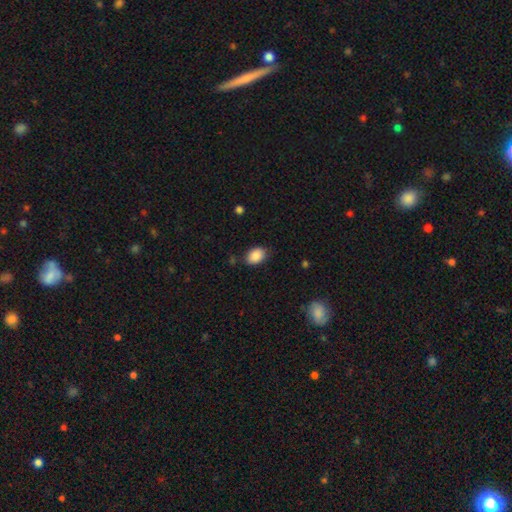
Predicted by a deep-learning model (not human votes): Overall: smooth (89%). How rounded: in between (81%). Merging: none (79%).